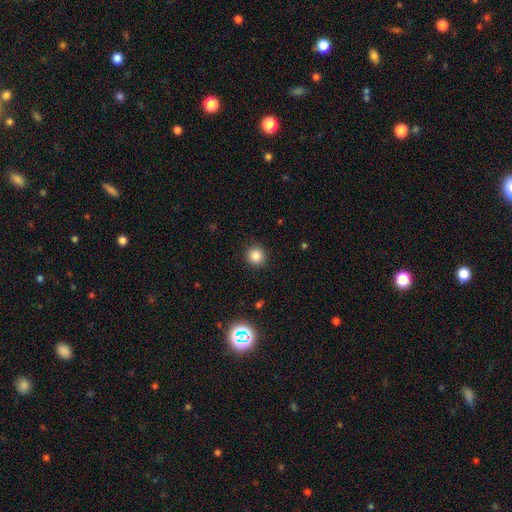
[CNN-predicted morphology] A smooth galaxy with no disk features (84%) that is round (92%). Merging: none (91%).